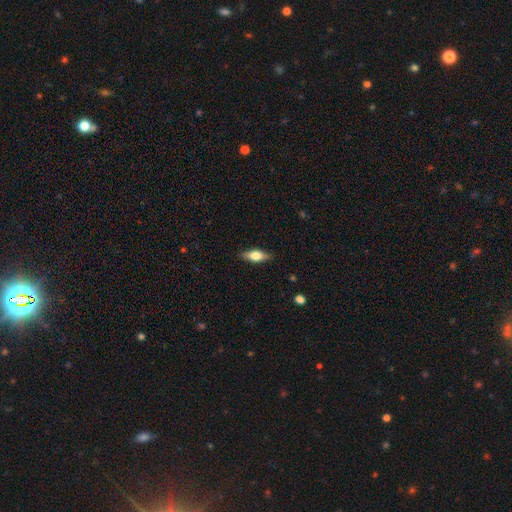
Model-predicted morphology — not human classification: Smooth or featured? smooth (60%)
How rounded? in between (71%)
Merging? none (86%)